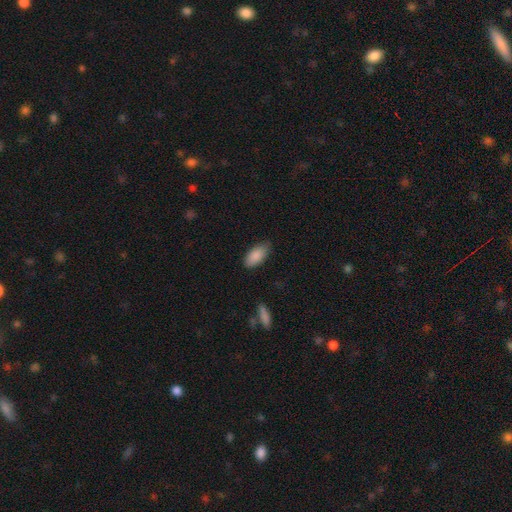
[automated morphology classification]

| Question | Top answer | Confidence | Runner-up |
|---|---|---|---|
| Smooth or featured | smooth | 88% | star or artifact (6%) |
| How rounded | in between | 91% | cigar-shaped (7%) |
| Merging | none | 78% | minor disturbance (18%) |